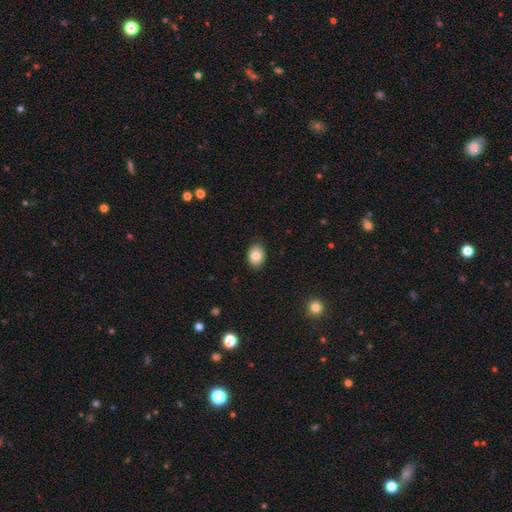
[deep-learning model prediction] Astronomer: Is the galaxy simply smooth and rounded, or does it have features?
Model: smooth — 84%.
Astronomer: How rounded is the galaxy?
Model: in between — 71%.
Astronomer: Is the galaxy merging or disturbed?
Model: none — 88%.